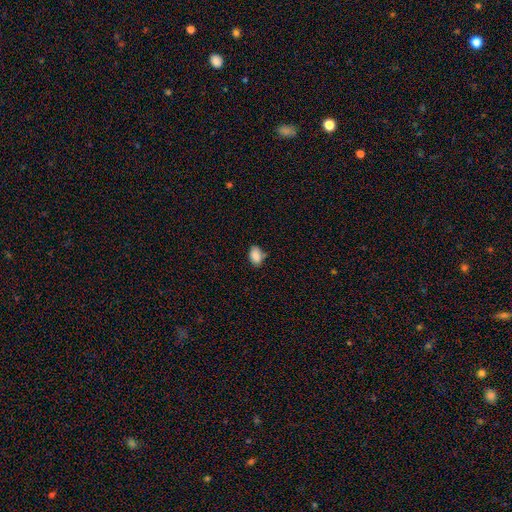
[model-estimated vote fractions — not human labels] Overall: smooth (87%). How rounded: in between (84%). Merging: none (67%).